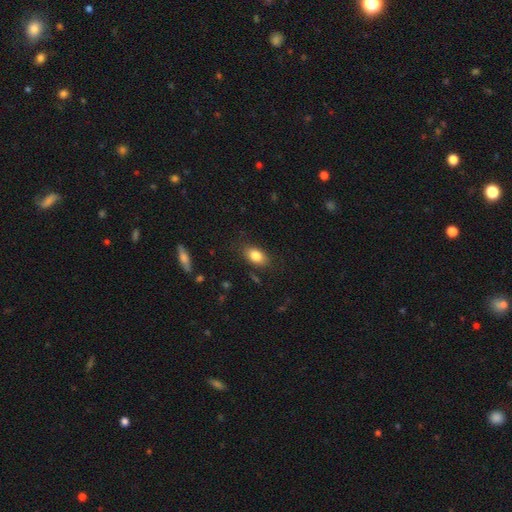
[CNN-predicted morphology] Overall: smooth (83%). How rounded: in between (87%). Merging: none (82%).